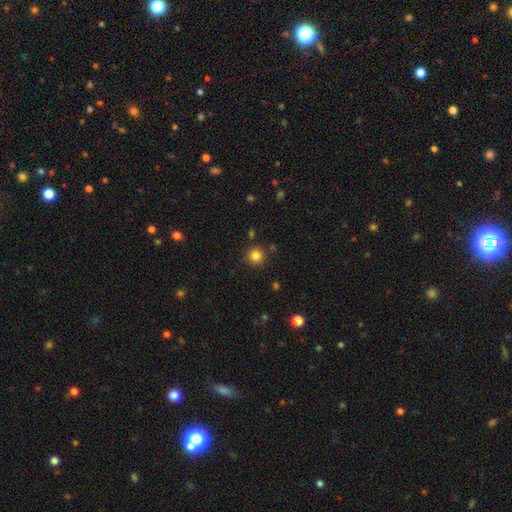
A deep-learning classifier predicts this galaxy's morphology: This appears to be a smooth galaxy with no disk features (83%) that is round (94%). Merging: none (87%).